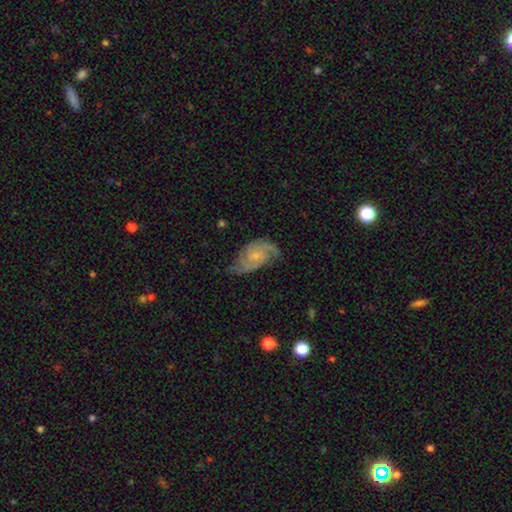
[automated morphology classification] smooth_or_featured: featured or disk (p=0.86) [alt: smooth p=0.09]
disk_edge_on: no (p=0.97) [alt: yes p=0.03]
bar: no (p=0.66) [alt: weak p=0.30]
has_spiral_arms: yes (p=0.97) [alt: no p=0.03]
spiral_winding: medium (p=0.49) [alt: tight p=0.35]
spiral_arm_count: 2 (p=0.79) [alt: 3 p=0.09]
bulge_size: small (p=0.63) [alt: moderate p=0.24]
merging: none (p=0.68) [alt: minor disturbance p=0.22]